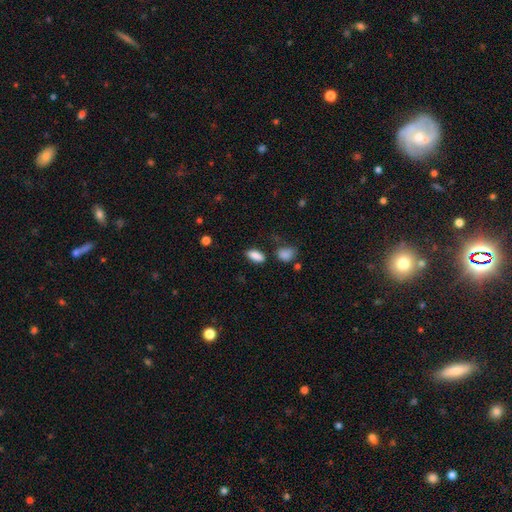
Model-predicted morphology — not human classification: smooth_or_featured: smooth (p=0.87) [alt: star or artifact p=0.08]
how_rounded: in between (p=0.84) [alt: cigar-shaped p=0.13]
merging: none (p=0.77) [alt: minor disturbance p=0.14]